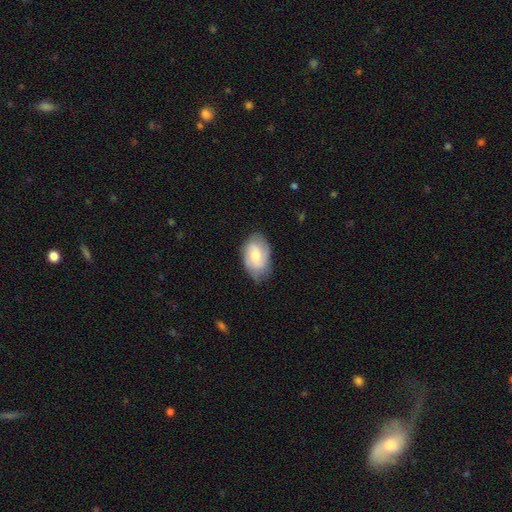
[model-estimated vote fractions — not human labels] Smooth or featured? featured or disk (48%)
Merging? none (71%)